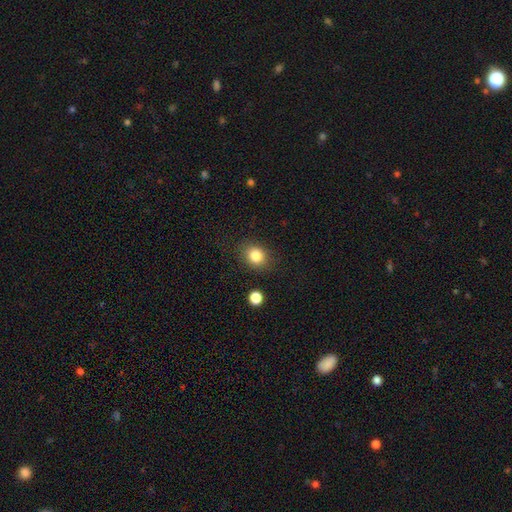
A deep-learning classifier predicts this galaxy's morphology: smooth-or-featured: smooth: 83% | star or artifact: 11% | featured or disk: 7%
  how-rounded: round: 62% | in between: 37% | cigar-shaped: 1%
  merging: none: 85% | minor disturbance: 10% | major disturbance: 3% | merger: 2%